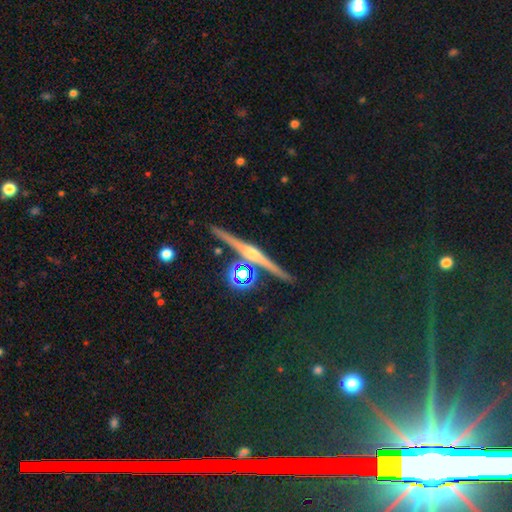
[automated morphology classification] type=featured or disk (75%); edge-on=yes (97%); edge-on bulge=rounded (87%); merging=none (86%).